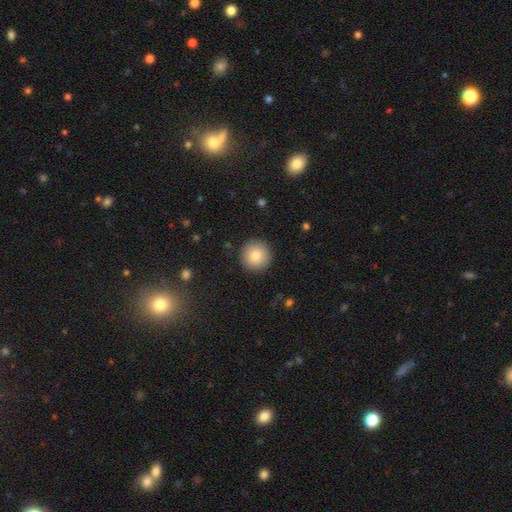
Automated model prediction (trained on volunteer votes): This is clearly a smooth galaxy (83%). How rounded: clearly round (96%). Merging: clearly none (91%).